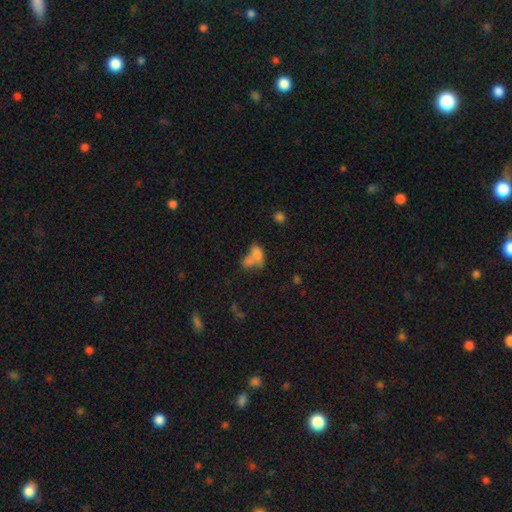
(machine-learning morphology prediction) This appears to be a smooth galaxy with no disk features (70%) that is in between round and cigar-shaped (82%). Merging: merger (56%).